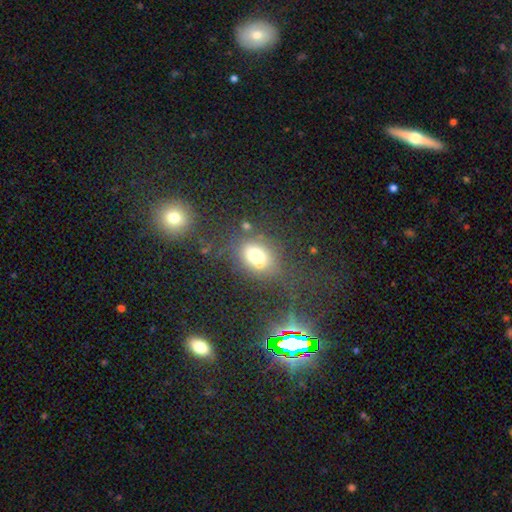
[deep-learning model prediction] Smooth or featured? smooth (67%)
How rounded? in between (52%)
Merging? none (57%)